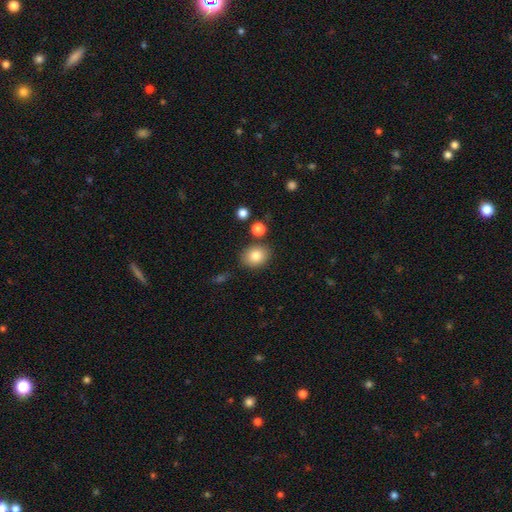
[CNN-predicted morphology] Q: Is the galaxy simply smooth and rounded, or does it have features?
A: smooth — 83%.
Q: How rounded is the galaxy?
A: round — 56%.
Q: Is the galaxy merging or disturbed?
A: none — 80%.